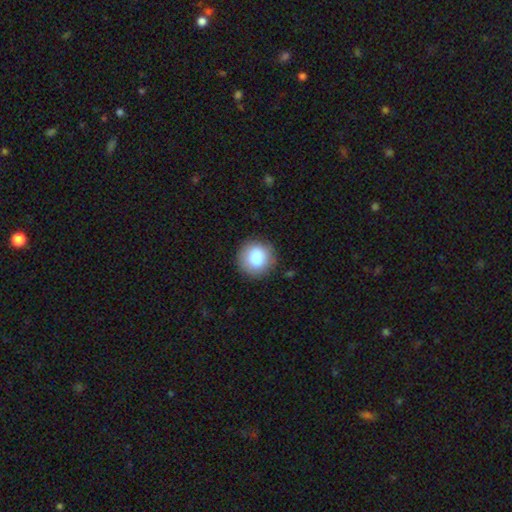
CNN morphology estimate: A smooth galaxy with no disk features (85%) that is round (93%).

Vote fractions:
- Smooth or featured? smooth: 85% / star or artifact: 8% / featured or disk: 7%
- How rounded? round: 93% / in between: 6% / cigar-shaped: 1%
- Merging? none: 87% / minor disturbance: 9% / major disturbance: 3% / merger: 1%